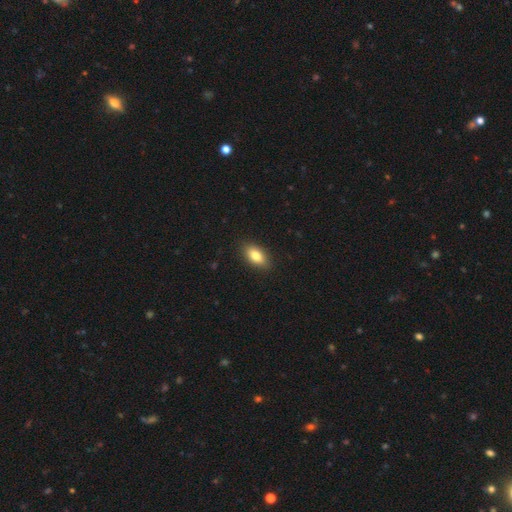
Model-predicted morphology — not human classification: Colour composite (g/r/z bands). It shows a smooth galaxy with no disk features (82%) that is in between round and cigar-shaped (89%). Merging: none (88%).